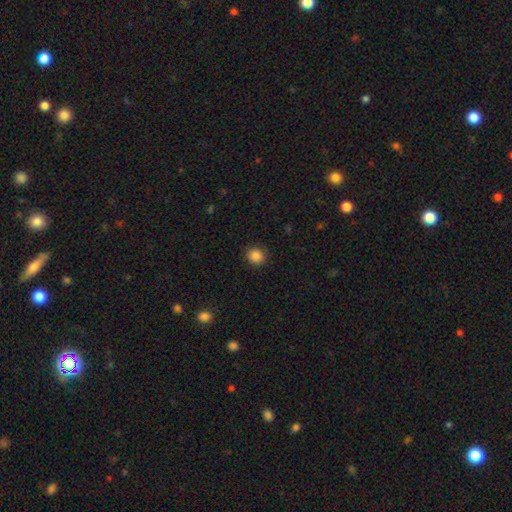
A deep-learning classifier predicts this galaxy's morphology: smooth 86%, star or artifact 10%, featured or disk 3%. Down the decision tree: how rounded — round (85%); merging — none (90%).